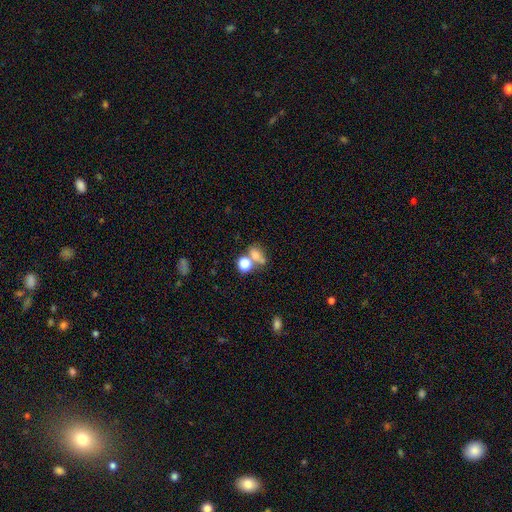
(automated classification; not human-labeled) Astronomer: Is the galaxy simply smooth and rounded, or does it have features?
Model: smooth — 69%.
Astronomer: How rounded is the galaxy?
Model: in between — 60% (runner-up: round, 38%).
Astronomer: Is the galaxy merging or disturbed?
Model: merger — 42% (runner-up: none, 38%).